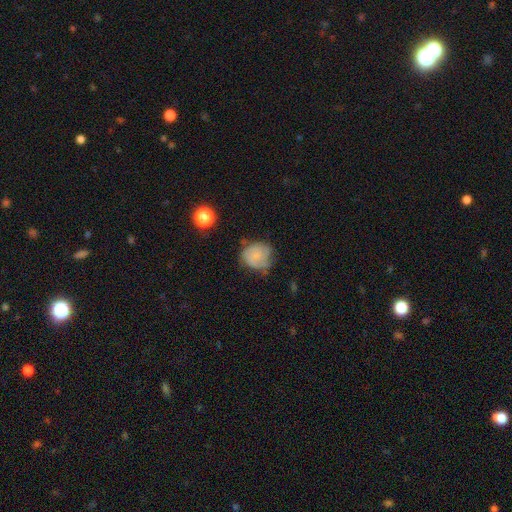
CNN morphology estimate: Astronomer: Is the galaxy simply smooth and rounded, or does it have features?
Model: smooth — 55% (runner-up: featured or disk, 36%).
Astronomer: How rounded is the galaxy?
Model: round — 77%.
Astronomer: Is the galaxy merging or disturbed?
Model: none — 54% (runner-up: minor disturbance, 31%).